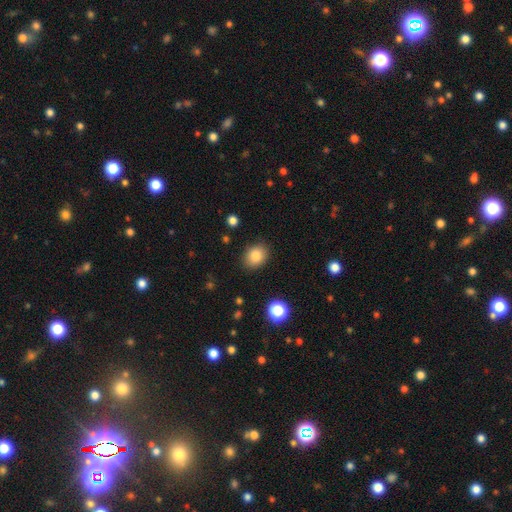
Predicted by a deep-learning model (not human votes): Q: Smooth or featured?
A: smooth (83%); runner-up: star or artifact (10%)
Q: How rounded?
A: round (52%); runner-up: in between (48%)
Q: Merging?
A: none (87%); runner-up: minor disturbance (9%)